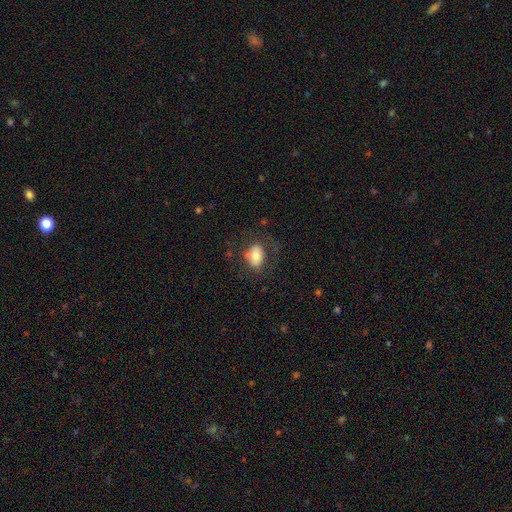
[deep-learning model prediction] Overall: smooth (72%). How rounded: in between (73%). Merging: none (66%).